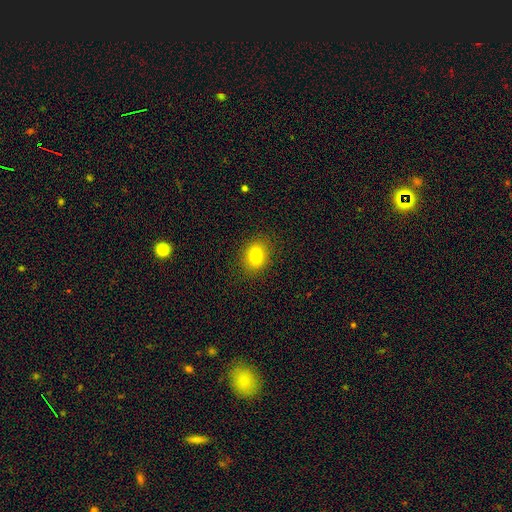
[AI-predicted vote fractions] This appears to be a smooth galaxy with no disk features (80%) that is in between round and cigar-shaped (58%). Merging: none (88%).